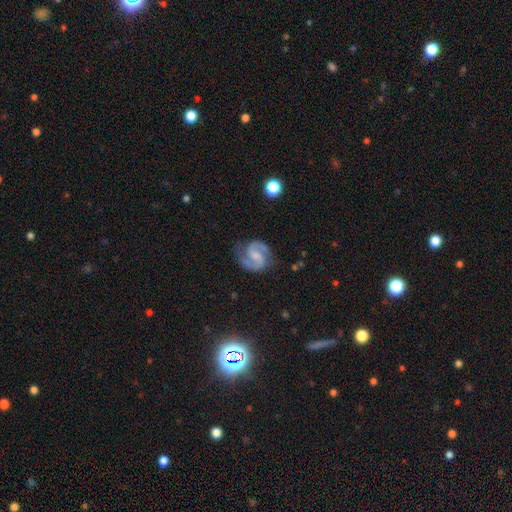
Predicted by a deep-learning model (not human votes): A featured or disk galaxy (90%) with a weak bar (51%), 2 (94%) medium (61%) spiral arms (98%) and a small central bulge (37%).

Vote fractions:
- Smooth or featured? featured or disk: 90% / smooth: 6% / star or artifact: 5%
- Edge-on disk? no: 98% / yes: 2%
- Bar? weak: 51% / no: 32% / strong: 17%
- Spiral arms? yes: 98% / no: 2%
- Spiral winding? medium: 61% / tight: 24% / loose: 15%
- Spiral arm count? 2: 94% / can't tell: 2% / 1: 1% / 3: 1% / 4: 1% / more than 4: 1%
- Bulge size? small: 37% / none: 29% / moderate: 29% / large: 3% / dominant: 1%
- Merging? none: 78% / minor disturbance: 15% / major disturbance: 5% / merger: 2%